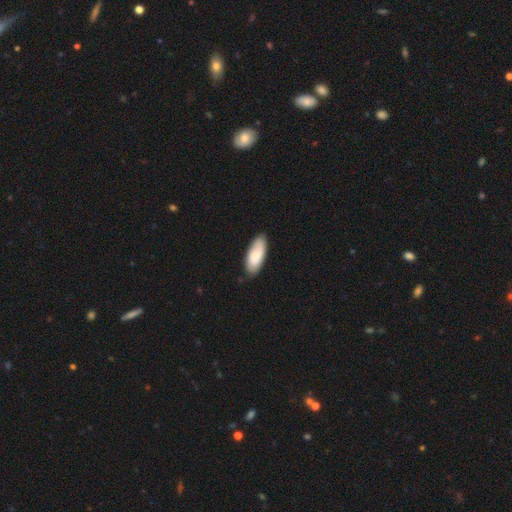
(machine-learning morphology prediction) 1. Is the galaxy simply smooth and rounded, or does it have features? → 82% smooth, 13% featured or disk, 6% star or artifact.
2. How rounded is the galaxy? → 82% in between, 16% cigar-shaped, 2% round.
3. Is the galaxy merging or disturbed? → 80% none, 16% minor disturbance, 2% major disturbance, 1% merger.